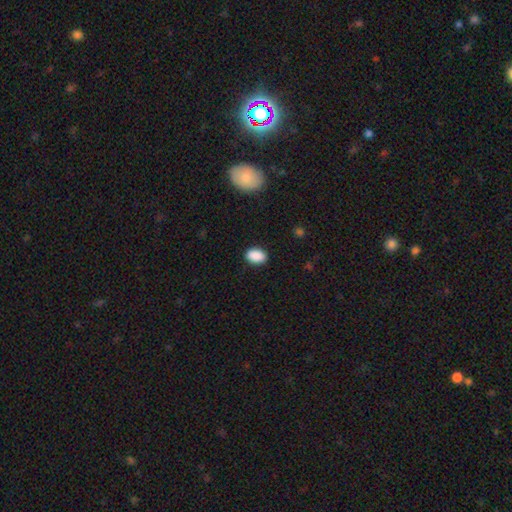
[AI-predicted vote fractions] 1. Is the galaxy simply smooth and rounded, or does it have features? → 89% smooth, 8% star or artifact, 3% featured or disk.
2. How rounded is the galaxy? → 87% in between, 11% round, 1% cigar-shaped.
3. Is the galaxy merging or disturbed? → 87% none, 10% minor disturbance, 2% major disturbance, 1% merger.